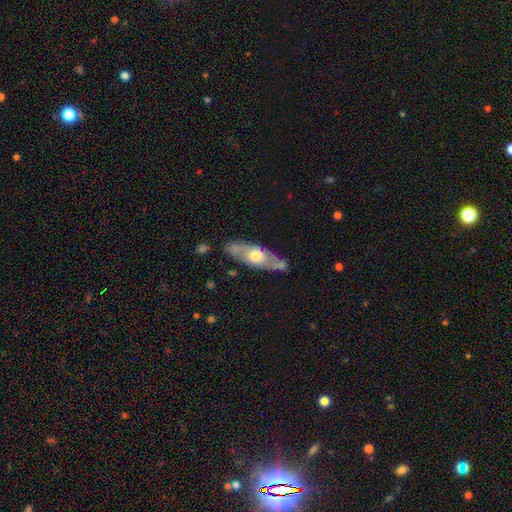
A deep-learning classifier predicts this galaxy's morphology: Smooth or featured? Predicted: featured or disk (p=0.56). Edge-on disk? Predicted: no (p=0.57). Merging? Predicted: none (p=0.78).